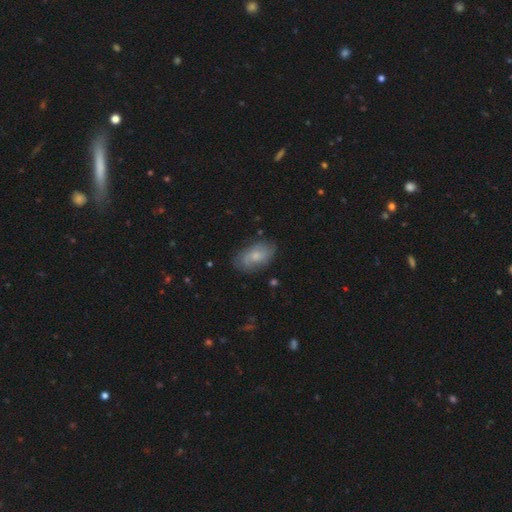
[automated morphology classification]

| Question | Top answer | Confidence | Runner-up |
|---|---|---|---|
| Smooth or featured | smooth | 46% | tied: featured or disk (46%) |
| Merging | none | 69% | minor disturbance (22%) |